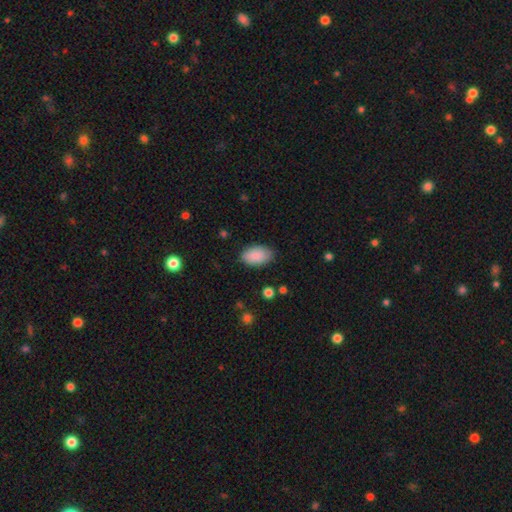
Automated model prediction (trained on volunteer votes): smooth 89%, star or artifact 6%, featured or disk 5%. Down the decision tree: how rounded — in between (93%); merging — none (83%).